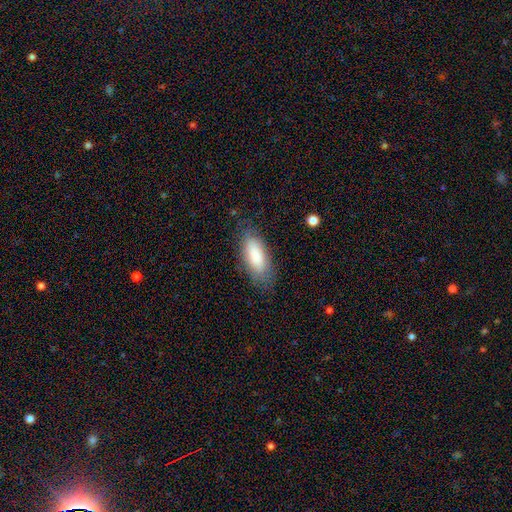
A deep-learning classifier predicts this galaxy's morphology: Smooth or featured?
  - smooth: 82% *
  - featured or disk: 11%
  - star or artifact: 6%
How rounded?
  - in between: 80% *
  - cigar-shaped: 18%
  - round: 2%
Merging?
  - none: 76% *
  - minor disturbance: 17%
  - major disturbance: 5%
  - merger: 1%